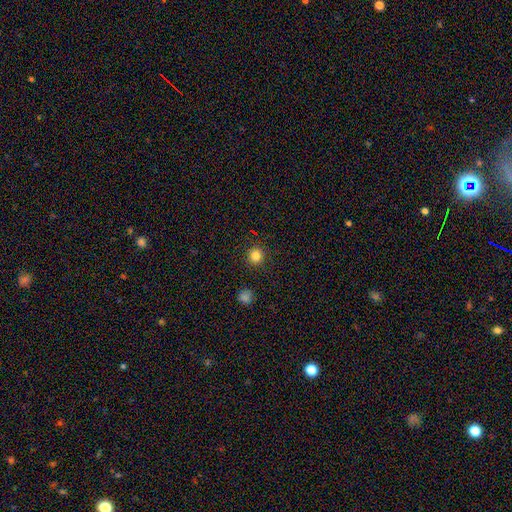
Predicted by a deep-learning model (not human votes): smooth-or-featured: smooth: 83% | star or artifact: 13% | featured or disk: 5%
  how-rounded: round: 94% | in between: 5% | cigar-shaped: 1%
  merging: none: 91% | minor disturbance: 5% | major disturbance: 2% | merger: 1%